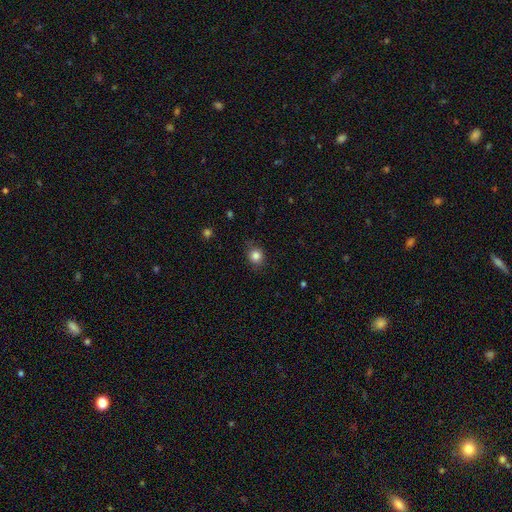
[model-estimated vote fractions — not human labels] Q: Smooth or featured?
A: smooth (83%); runner-up: star or artifact (11%)
Q: How rounded?
A: round (81%); runner-up: in between (18%)
Q: Merging?
A: none (80%); runner-up: minor disturbance (15%)